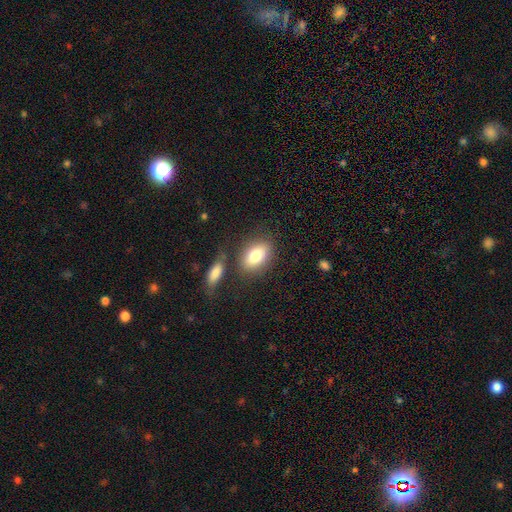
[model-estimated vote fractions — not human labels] Smooth or featured? smooth (80%)
How rounded? in between (85%)
Merging? none (72%)